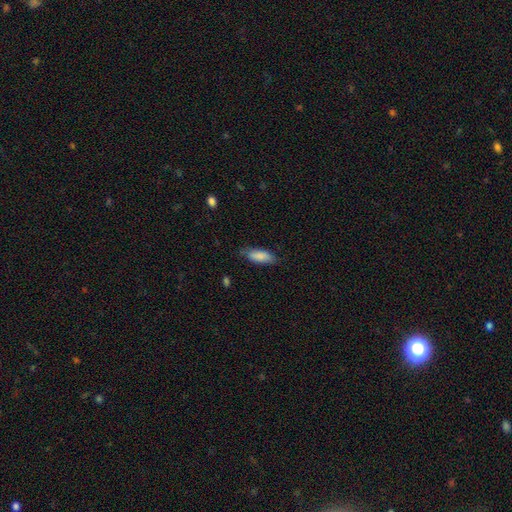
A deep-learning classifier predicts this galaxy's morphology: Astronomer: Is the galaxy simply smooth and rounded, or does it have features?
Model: smooth — 84%.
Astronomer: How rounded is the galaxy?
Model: in between — 63%.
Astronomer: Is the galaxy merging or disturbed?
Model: none — 77%.